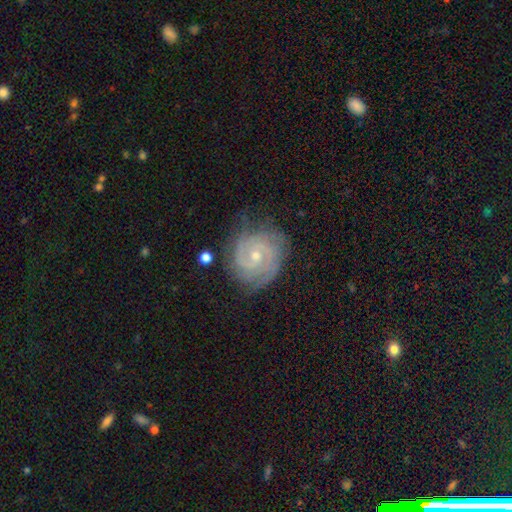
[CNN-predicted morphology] A featured or disk galaxy (89%) with no bar (57%), 2 (52%) tight (72%) spiral arms (98%) and a small central bulge (60%).

Vote fractions:
- Smooth or featured? featured or disk: 89% / smooth: 6% / star or artifact: 5%
- Edge-on disk? no: 98% / yes: 2%
- Bar? no: 57% / weak: 36% / strong: 7%
- Spiral arms? yes: 98% / no: 2%
- Spiral winding? tight: 72% / medium: 24% / loose: 3%
- Spiral arm count? 2: 52% / 3: 21% / can't tell: 13% / 4: 6% / 1: 4% / more than 4: 4%
- Bulge size? small: 60% / moderate: 37% / none: 1% / large: 1% / dominant: 1%
- Merging? none: 76% / minor disturbance: 17% / major disturbance: 5% / merger: 2%